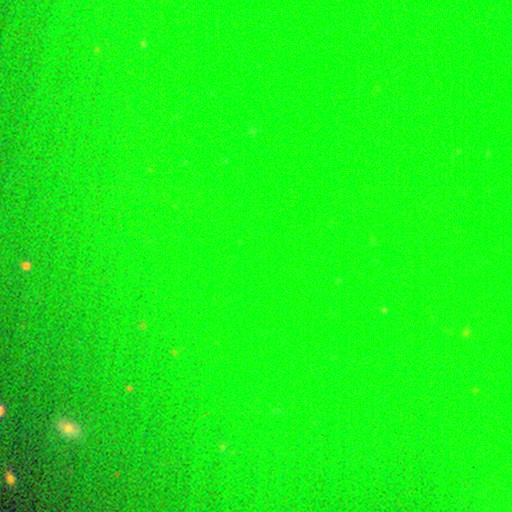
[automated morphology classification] Q: Smooth or featured?
A: star or artifact (79%); runner-up: smooth (12%)